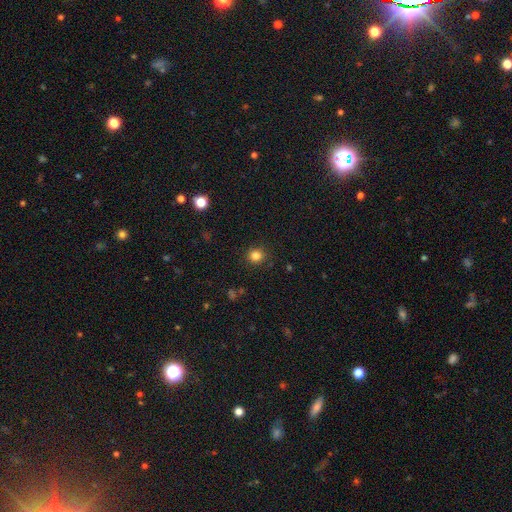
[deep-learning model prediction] A smooth galaxy with no disk features (83%) that is round (90%).

Vote fractions:
- Smooth or featured? smooth: 83% / star or artifact: 13% / featured or disk: 5%
- How rounded? round: 90% / in between: 9% / cigar-shaped: 1%
- Merging? none: 89% / minor disturbance: 7% / major disturbance: 2% / merger: 1%